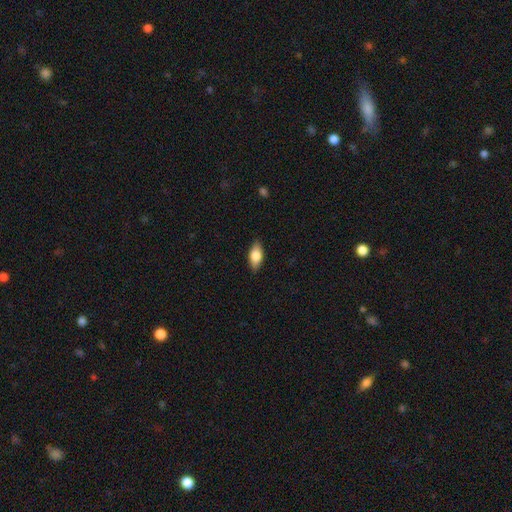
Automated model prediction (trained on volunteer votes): This is likely a smooth galaxy (75%). How rounded: clearly in between (86%). Merging: clearly none (87%).